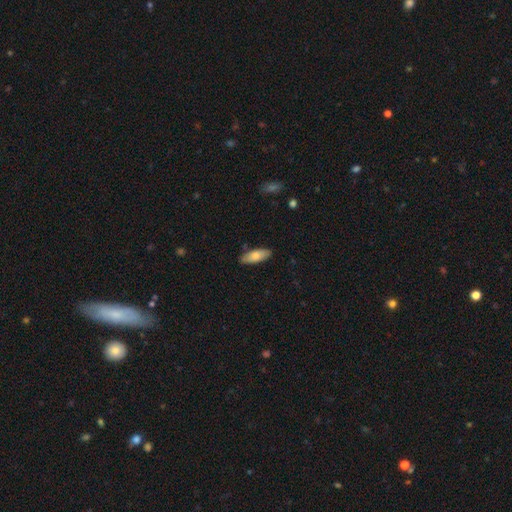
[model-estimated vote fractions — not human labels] A smooth galaxy with no disk features (76%) that is in between round and cigar-shaped (72%).

Vote fractions:
- Smooth or featured? smooth: 76% / featured or disk: 18% / star or artifact: 6%
- How rounded? in between: 72% / cigar-shaped: 26% / round: 2%
- Merging? none: 85% / minor disturbance: 12% / major disturbance: 2% / merger: 2%